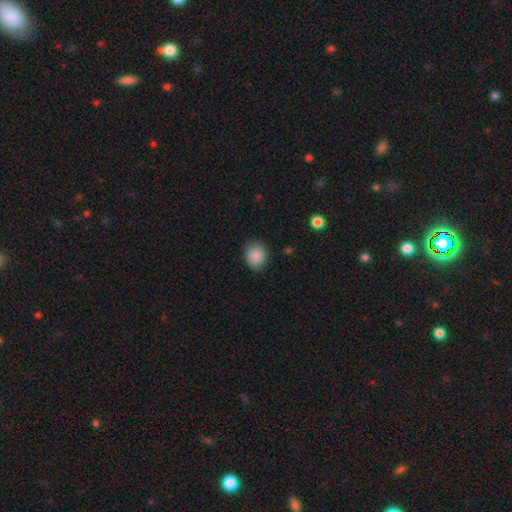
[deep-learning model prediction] A smooth galaxy with no disk features (87%) that is round (66%). Merging: none (85%).